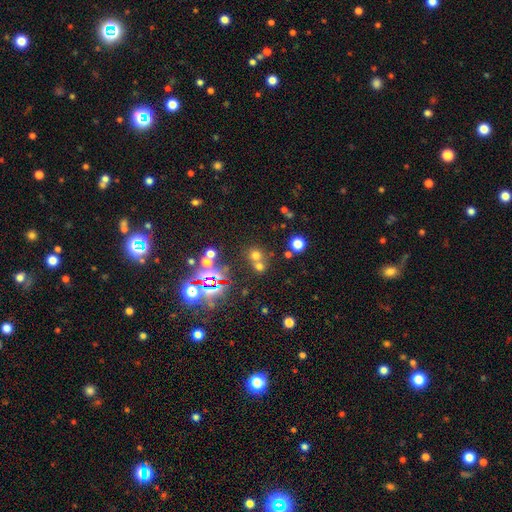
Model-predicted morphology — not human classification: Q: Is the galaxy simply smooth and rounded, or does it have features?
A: smooth — 55%.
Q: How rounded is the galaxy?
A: round — 85%.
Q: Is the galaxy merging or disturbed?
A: none — 51%.